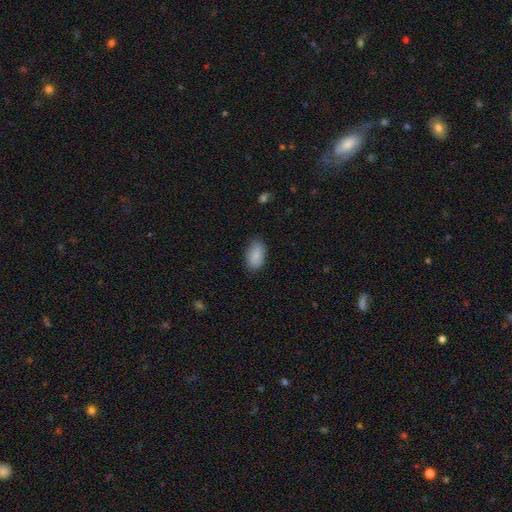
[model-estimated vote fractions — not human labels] Morphology: type=smooth (88%); roundness=in between (93%); merging=none (80%).